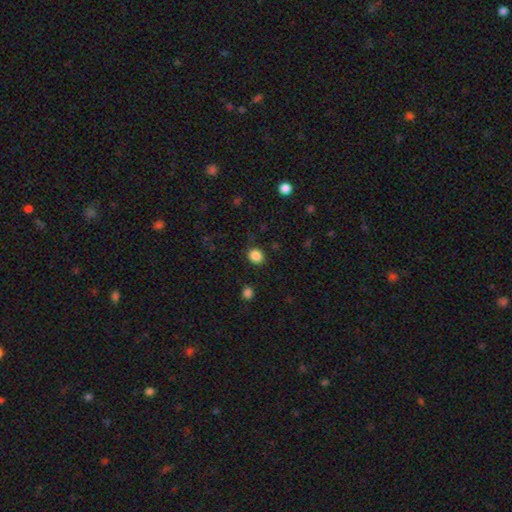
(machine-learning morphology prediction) Smooth or featured: smooth — 86% (star or artifact — 11%)
How rounded: round — 75% (in between — 24%)
Merging: none — 88% (minor disturbance — 8%)